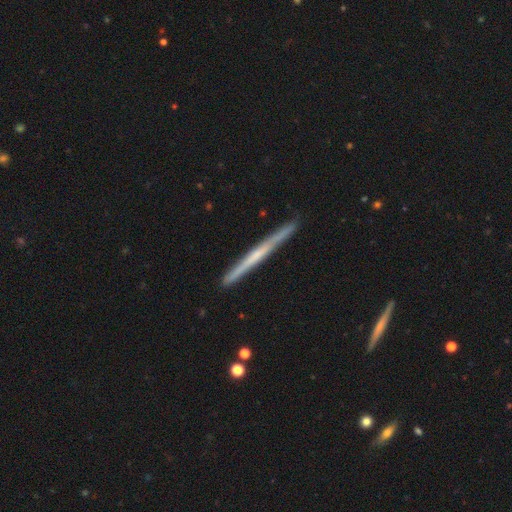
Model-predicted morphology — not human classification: Q: Smooth or featured?
A: featured or disk (61%); runner-up: smooth (33%)
Q: Edge-on disk?
A: yes (97%); runner-up: no (3%)
Q: Edge-on bulge?
A: none (72%); runner-up: rounded (21%)
Q: Merging?
A: none (90%); runner-up: minor disturbance (8%)